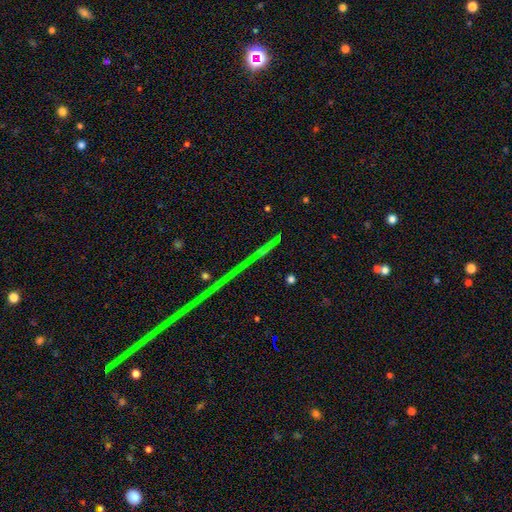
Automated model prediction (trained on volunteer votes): Smooth or featured? star or artifact (82%)